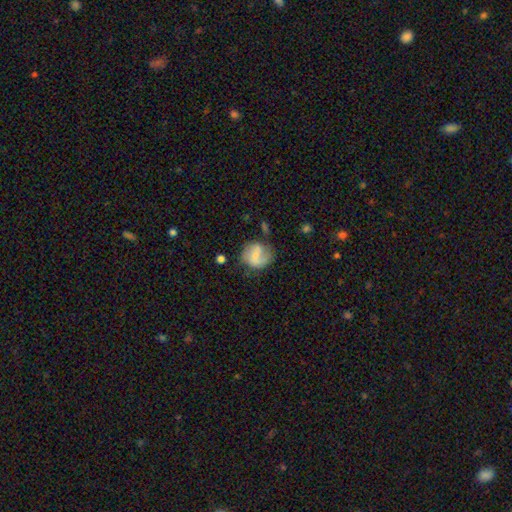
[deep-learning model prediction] Overall: featured or disk (52%; smooth 40%). Edge-on disk: no (97%). Bar: weak (47%; no 30%). Spiral arms: yes (79%). Bulge size: small (53%; moderate 23%). Merging: none (57%; minor disturbance 25%).